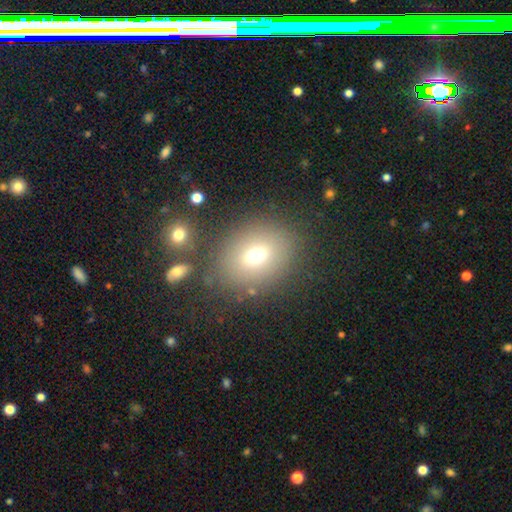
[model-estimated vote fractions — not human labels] smooth 68%, featured or disk 17%, star or artifact 16%. Down the decision tree: how rounded — in between (53%); merging — none (76%).